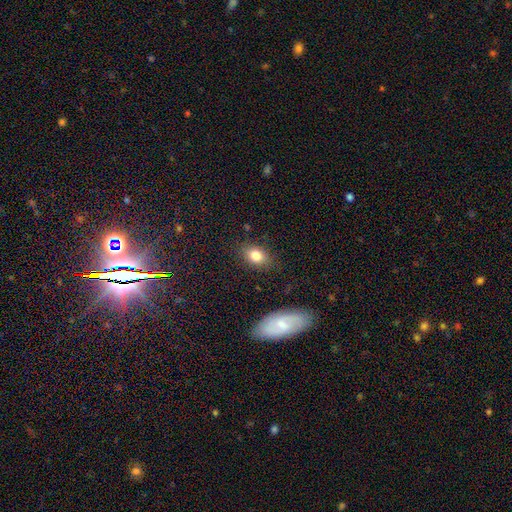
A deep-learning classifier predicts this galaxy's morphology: smooth_or_featured: smooth (p=0.81) [alt: featured or disk p=0.09]
how_rounded: in between (p=0.75) [alt: round p=0.23]
merging: none (p=0.83) [alt: minor disturbance p=0.12]